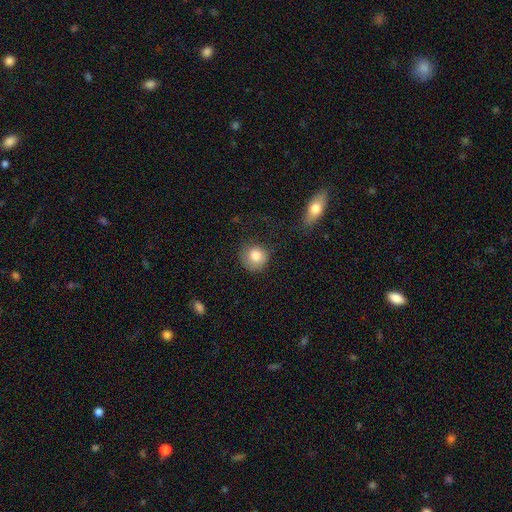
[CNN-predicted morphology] type=smooth (82%); roundness=round (88%); merging=none (67%).